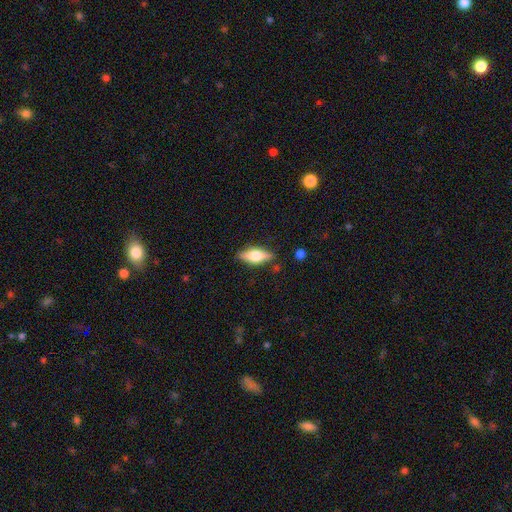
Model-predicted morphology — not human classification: Smooth or featured? Predicted: smooth (p=0.47). Merging? Predicted: none (p=0.82).